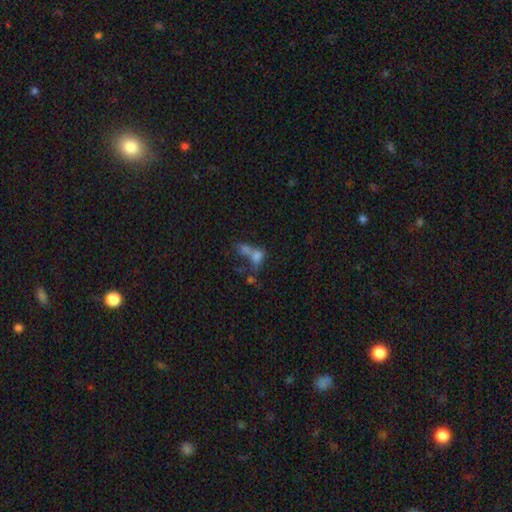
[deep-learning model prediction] The model was most divided on "how rounded": in between: 60%, round: 35%, cigar-shaped: 6%. More confident: merging — merger (57%); smooth or featured — smooth (57%).